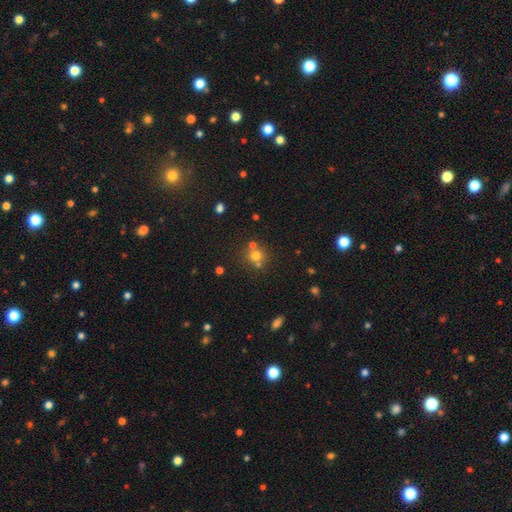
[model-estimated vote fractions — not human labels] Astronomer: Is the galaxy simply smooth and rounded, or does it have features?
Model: smooth — 68%.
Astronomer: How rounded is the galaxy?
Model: round — 88%.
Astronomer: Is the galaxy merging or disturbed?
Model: none — 60%.